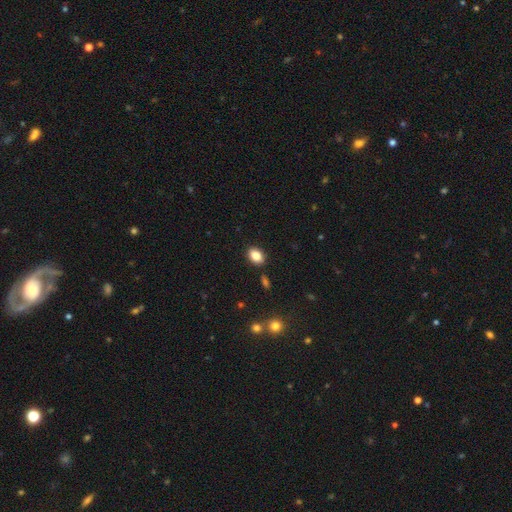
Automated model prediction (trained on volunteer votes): Q: Smooth or featured?
A: smooth (85%); runner-up: star or artifact (9%)
Q: How rounded?
A: in between (78%); runner-up: round (21%)
Q: Merging?
A: none (88%); runner-up: minor disturbance (8%)